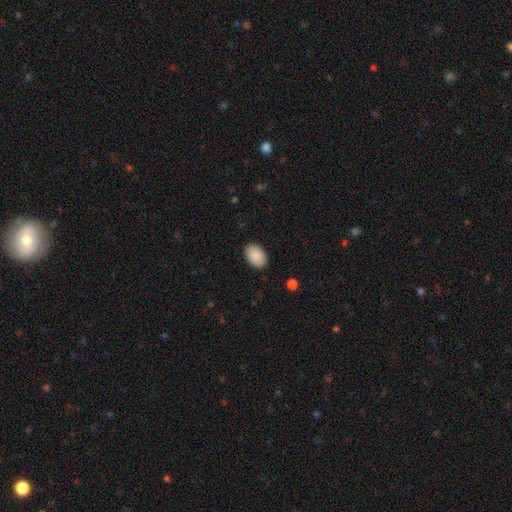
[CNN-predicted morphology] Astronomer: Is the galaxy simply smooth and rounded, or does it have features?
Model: smooth — 90%.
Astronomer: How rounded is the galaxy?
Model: in between — 89%.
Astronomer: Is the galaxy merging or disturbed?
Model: none — 89%.